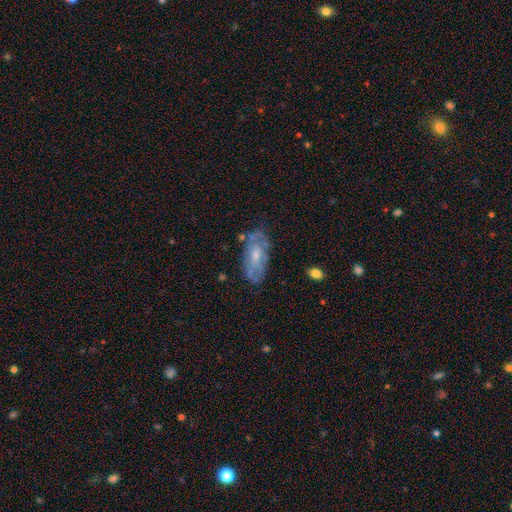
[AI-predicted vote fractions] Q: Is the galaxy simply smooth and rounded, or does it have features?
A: featured or disk — 58%.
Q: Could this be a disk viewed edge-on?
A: no — 89%.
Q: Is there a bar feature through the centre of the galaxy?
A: no — 73%.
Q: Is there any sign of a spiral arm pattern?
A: yes — 54%.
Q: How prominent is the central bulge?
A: moderate — 52%.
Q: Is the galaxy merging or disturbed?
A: none — 67%.